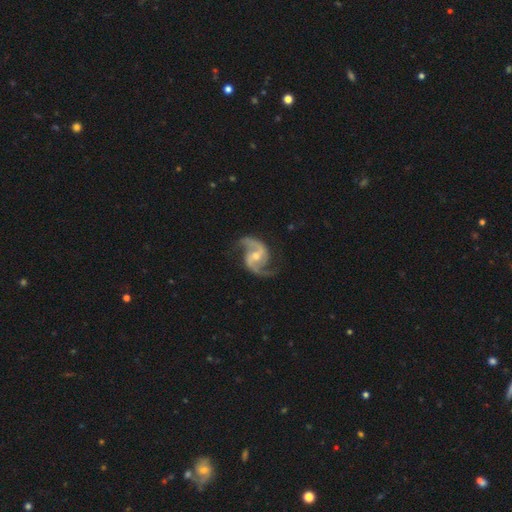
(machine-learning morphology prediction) Overall: featured or disk (93%). Edge-on disk: no (98%). Bar: weak (47%; no 35%). Spiral arms: yes (98%). Spiral arm count: 2 (94%). Spiral winding: medium (50%; loose 40%). Bulge size: moderate (55%; small 40%). Merging: none (77%).